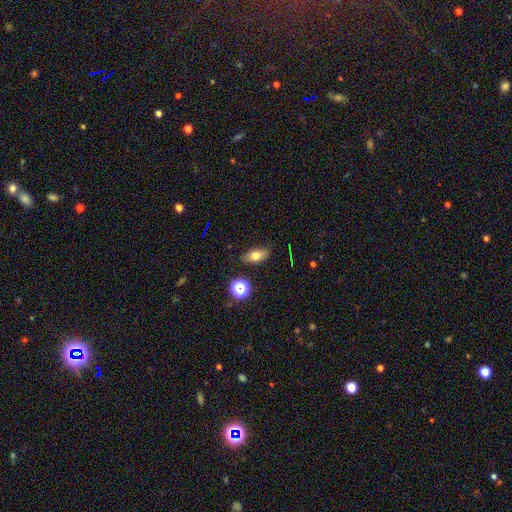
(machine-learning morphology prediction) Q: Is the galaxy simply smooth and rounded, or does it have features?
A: smooth — 70%.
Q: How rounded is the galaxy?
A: in between — 79%.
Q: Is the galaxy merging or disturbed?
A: none — 85%.